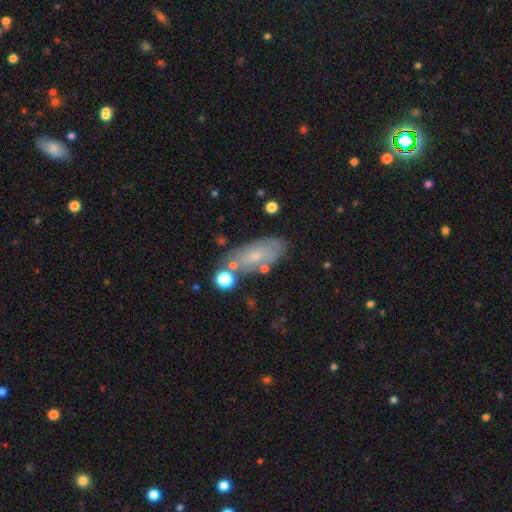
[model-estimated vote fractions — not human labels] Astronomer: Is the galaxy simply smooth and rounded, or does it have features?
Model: smooth — 58%.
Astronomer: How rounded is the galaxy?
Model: in between — 81%.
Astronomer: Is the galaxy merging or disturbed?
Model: none — 67%.